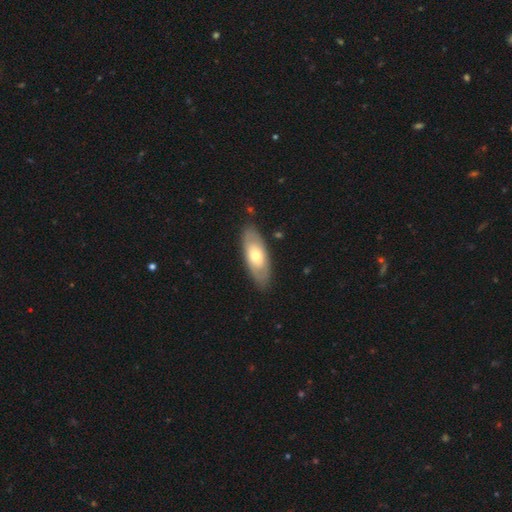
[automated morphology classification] Q: Smooth or featured?
A: smooth (54%); runner-up: featured or disk (41%)
Q: How rounded?
A: in between (81%); runner-up: cigar-shaped (16%)
Q: Merging?
A: none (84%); runner-up: minor disturbance (12%)